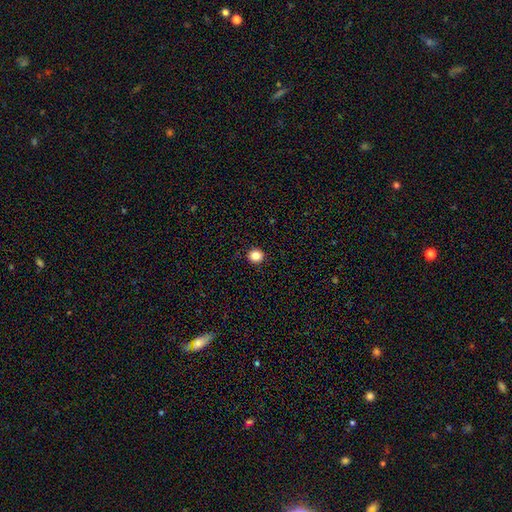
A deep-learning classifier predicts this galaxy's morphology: smooth 84%, star or artifact 11%, featured or disk 5%. Down the decision tree: how rounded — round (92%); merging — none (93%).